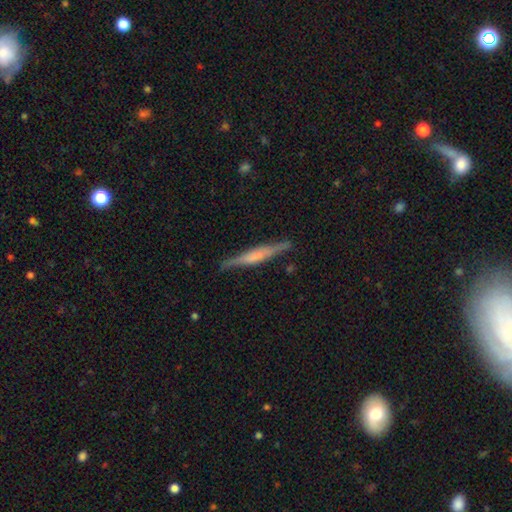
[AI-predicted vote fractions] A featured or disk galaxy (61%) viewed edge-on (96%) with a boxy central bulge (37%). Merging: none (85%).